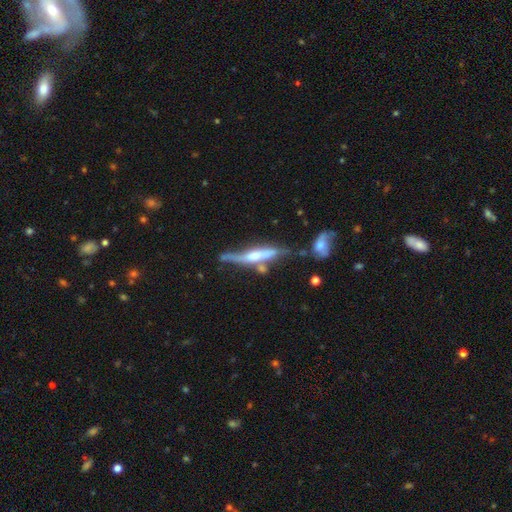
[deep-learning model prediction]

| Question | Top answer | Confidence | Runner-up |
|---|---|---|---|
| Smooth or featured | featured or disk | 62% | smooth (32%) |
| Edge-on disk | yes | 86% | no (14%) |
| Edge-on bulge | rounded | 66% | boxy (19%) |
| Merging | none | 44% | minor disturbance (25%) |